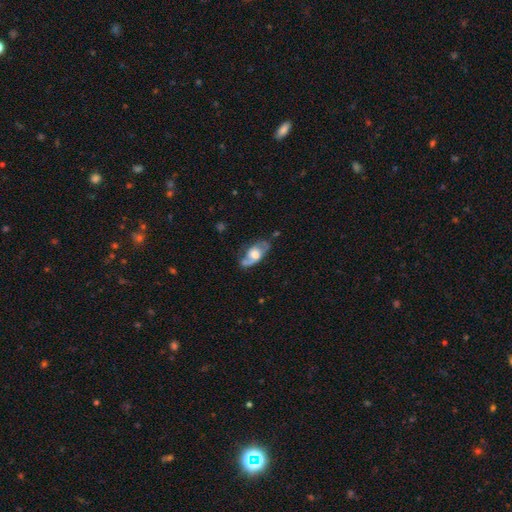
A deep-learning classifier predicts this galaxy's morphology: smooth-or-featured: featured or disk: 67% | smooth: 27% | star or artifact: 6%
  disk-edge-on: no: 90% | yes: 10%
    bar: no: 60% | weak: 32% | strong: 8%
    has-spiral-arms: yes: 78% | no: 22%
    bulge-size: moderate: 43% | large: 39% | small: 11% | none: 4% | dominant: 3%
  merging: none: 60% | minor disturbance: 25% | major disturbance: 11% | merger: 4%